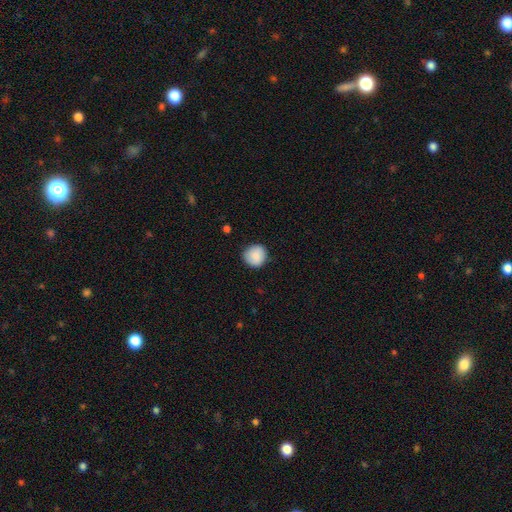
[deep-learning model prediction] This is clearly a smooth galaxy (88%). How rounded: clearly round (91%). Merging: clearly none (86%).